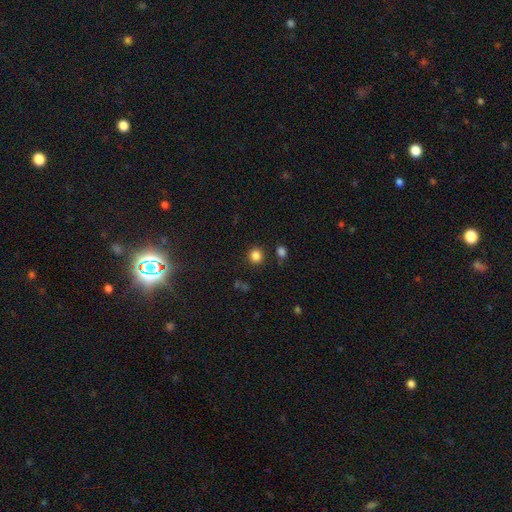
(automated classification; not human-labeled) Smooth or featured?
  - smooth: 84% *
  - star or artifact: 12%
  - featured or disk: 4%
How rounded?
  - round: 91% *
  - in between: 8%
  - cigar-shaped: 1%
Merging?
  - none: 86% *
  - minor disturbance: 7%
  - merger: 4%
  - major disturbance: 3%